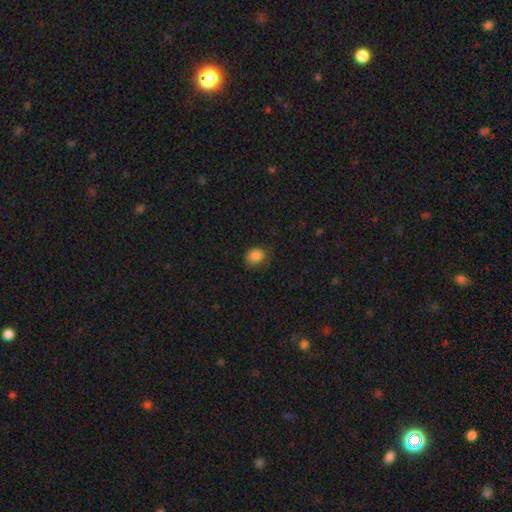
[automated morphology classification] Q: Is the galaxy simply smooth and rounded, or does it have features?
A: smooth — 85%.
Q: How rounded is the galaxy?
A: round — 69%.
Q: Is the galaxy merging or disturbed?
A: none — 74%.